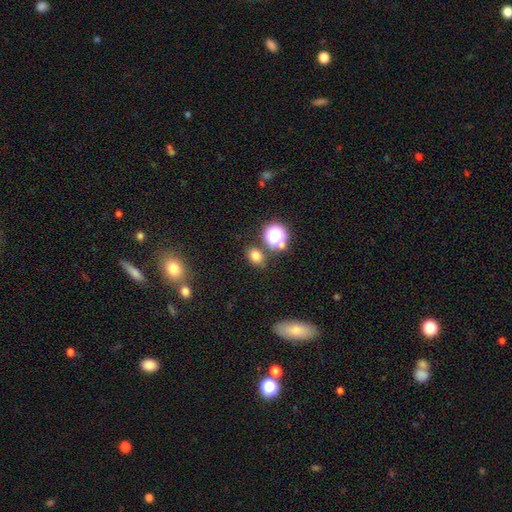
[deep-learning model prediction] Smooth or featured: smooth — 74% (star or artifact — 20%)
How rounded: in between — 58% (round — 40%)
Merging: none — 77% (minor disturbance — 11%)